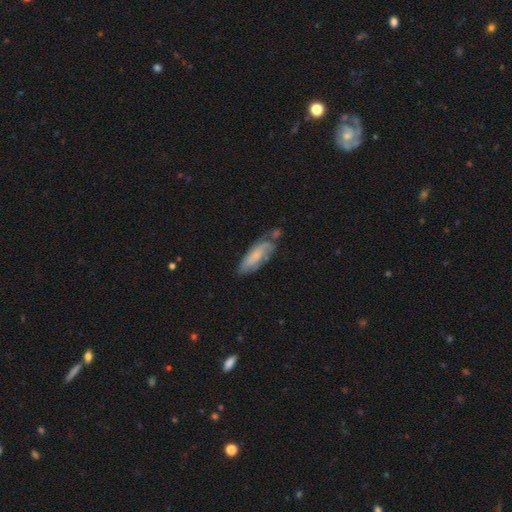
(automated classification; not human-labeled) The model was most divided on "smooth or featured": smooth: 50%, featured or disk: 42%, star or artifact: 7%. More confident: how rounded — in between (62%); merging — none (52%).